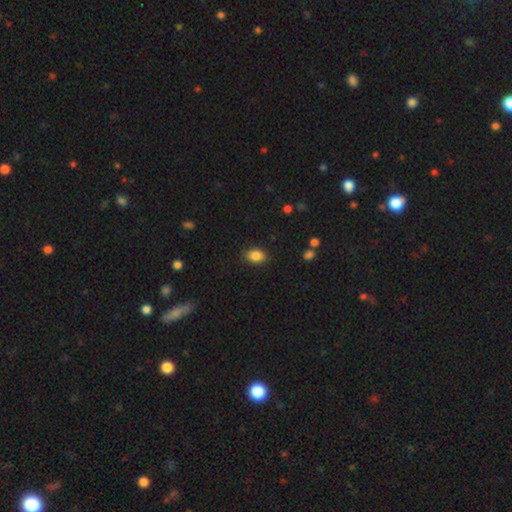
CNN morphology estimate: Smooth or featured?
  - smooth: 87% *
  - star or artifact: 9%
  - featured or disk: 5%
How rounded?
  - in between: 80% *
  - round: 19%
  - cigar-shaped: 1%
Merging?
  - none: 87% *
  - minor disturbance: 10%
  - major disturbance: 3%
  - merger: 1%